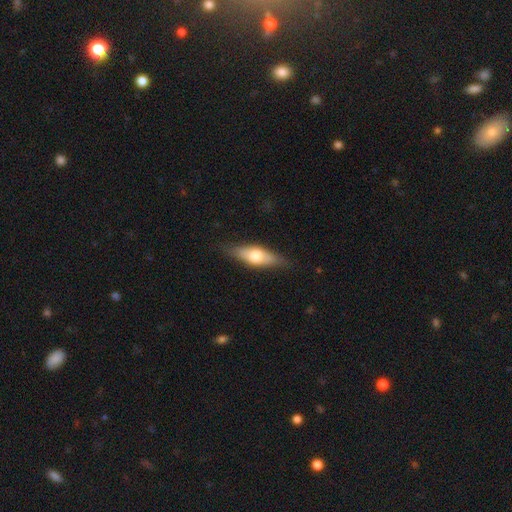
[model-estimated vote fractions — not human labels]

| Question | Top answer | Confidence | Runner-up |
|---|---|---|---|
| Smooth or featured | smooth | 57% | featured or disk (37%) |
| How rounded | in between | 59% | cigar-shaped (39%) |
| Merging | none | 80% | minor disturbance (16%) |